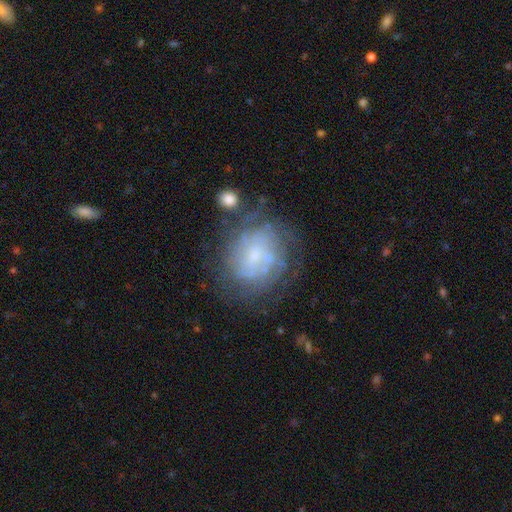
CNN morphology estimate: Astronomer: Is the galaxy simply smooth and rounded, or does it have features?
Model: featured or disk — 65%.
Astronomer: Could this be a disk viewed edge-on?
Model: no — 97%.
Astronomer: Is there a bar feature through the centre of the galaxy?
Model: no — 67%.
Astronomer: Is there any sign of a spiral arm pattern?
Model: yes — 70%.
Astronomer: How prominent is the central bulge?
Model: small — 57%.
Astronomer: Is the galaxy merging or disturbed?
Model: none — 62%.